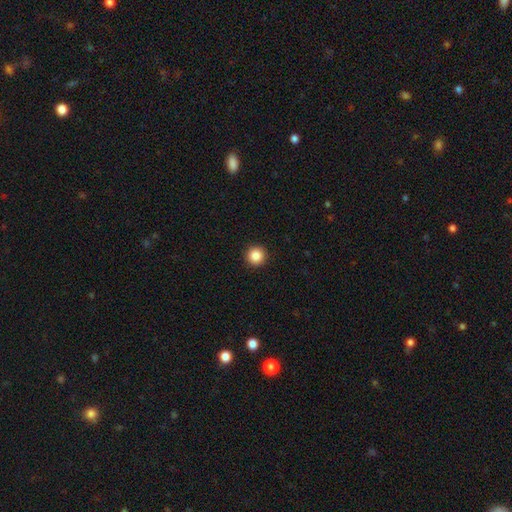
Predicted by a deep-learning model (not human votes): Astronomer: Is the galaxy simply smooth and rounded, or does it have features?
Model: smooth — 87%.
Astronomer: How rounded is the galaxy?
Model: round — 96%.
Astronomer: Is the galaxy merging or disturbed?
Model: none — 94%.